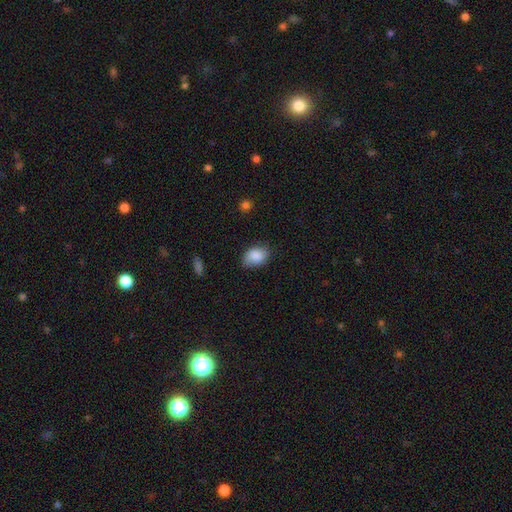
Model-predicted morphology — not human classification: This is clearly a smooth galaxy (86%). How rounded: likely in between (80%). Merging: likely none (75%).